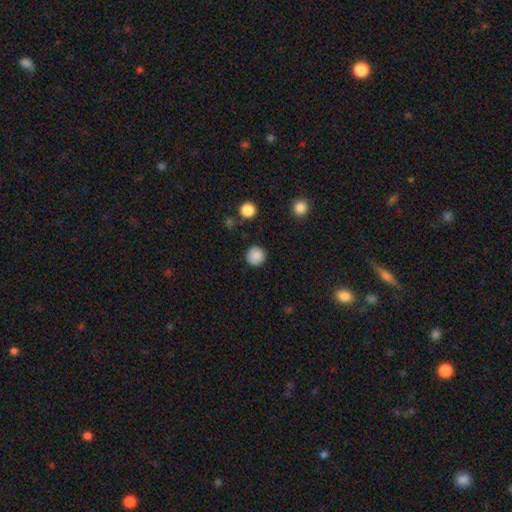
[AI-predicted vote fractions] This appears to be a smooth galaxy with no disk features (87%) that is round (95%). Merging: none (90%).